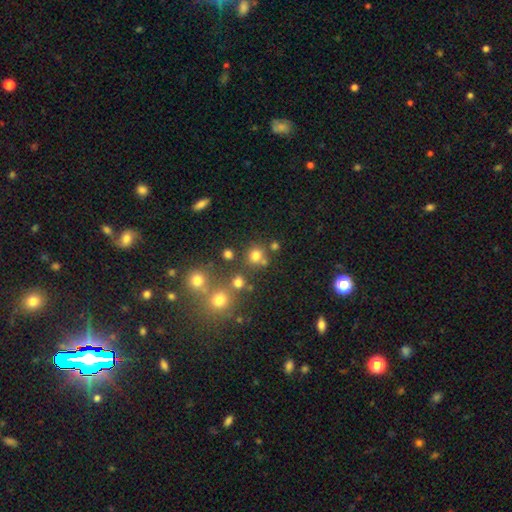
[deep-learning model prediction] Smooth or featured? smooth (74%)
How rounded? round (89%)
Merging? none (74%)